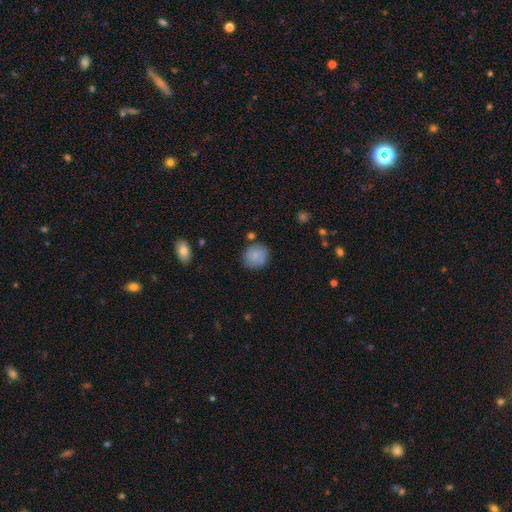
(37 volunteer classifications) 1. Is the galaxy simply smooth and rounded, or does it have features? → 84% smooth, 14% featured or disk, 3% star or artifact.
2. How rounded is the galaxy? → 84% round, 13% in between, 3% cigar-shaped.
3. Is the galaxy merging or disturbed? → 92% none, 3% minor disturbance, 3% major disturbance, 3% merger.